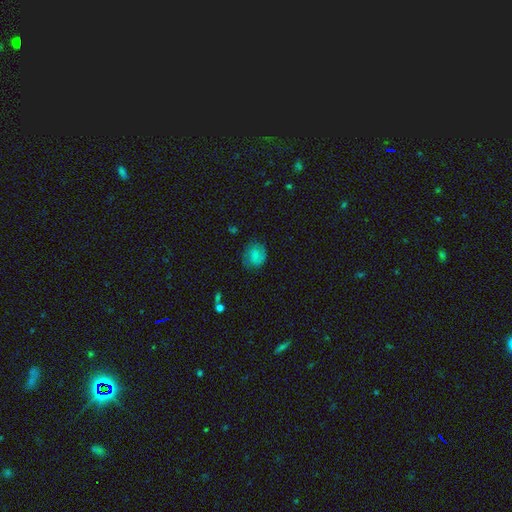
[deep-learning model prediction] This is likely a smooth galaxy (71%). How rounded: likely round (67%). Merging: likely none (70%).